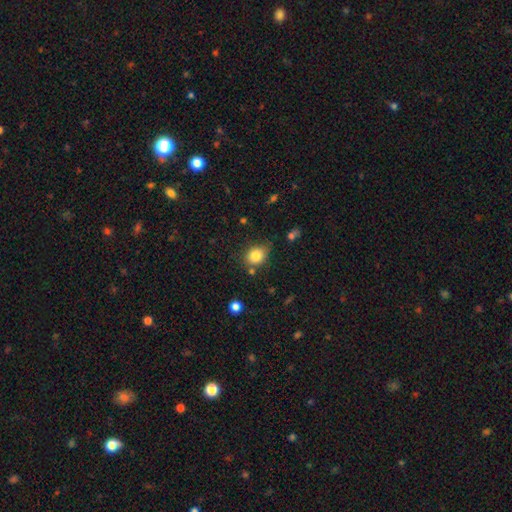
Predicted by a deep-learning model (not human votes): This is clearly a smooth galaxy (83%). How rounded: possibly round (55%). Merging: likely none (72%).